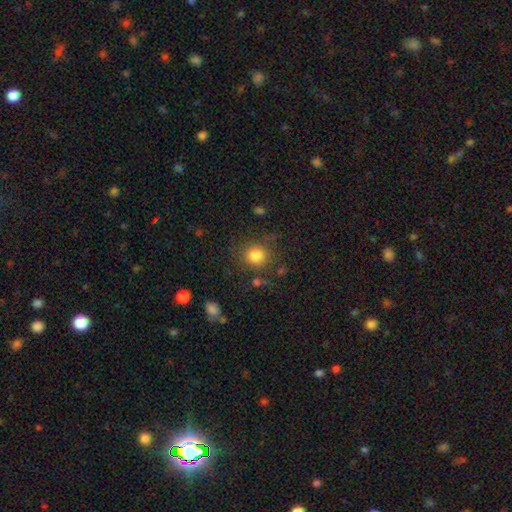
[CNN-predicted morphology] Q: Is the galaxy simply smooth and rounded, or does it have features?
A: smooth — 83%.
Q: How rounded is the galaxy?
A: round — 87%.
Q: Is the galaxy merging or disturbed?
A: none — 79%.